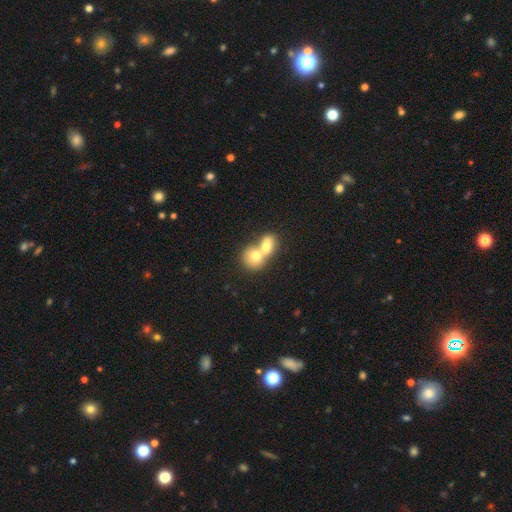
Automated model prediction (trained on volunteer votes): This is likely a smooth galaxy (71%). How rounded: possibly round (57%). Merging: likely merger (77%).